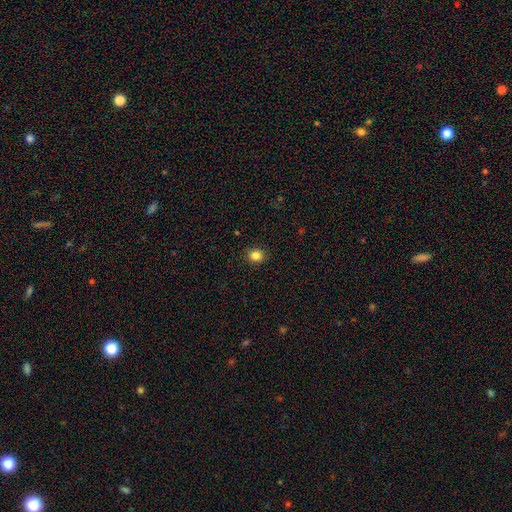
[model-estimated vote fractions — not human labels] Q: Smooth or featured?
A: smooth (84%); runner-up: star or artifact (12%)
Q: How rounded?
A: round (81%); runner-up: in between (18%)
Q: Merging?
A: none (91%); runner-up: minor disturbance (6%)